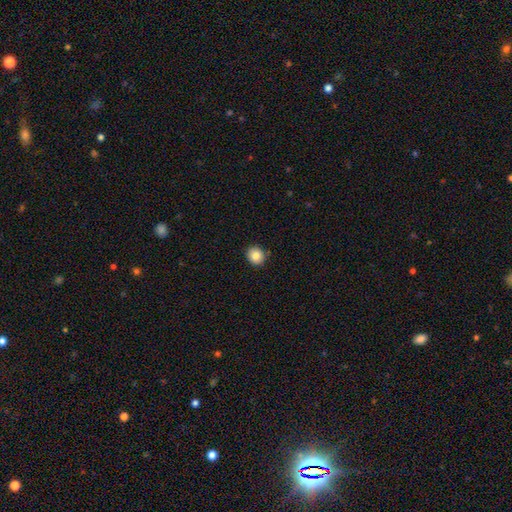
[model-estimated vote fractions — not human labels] This appears to be a smooth galaxy with no disk features (84%) that is round (84%). Merging: none (88%).